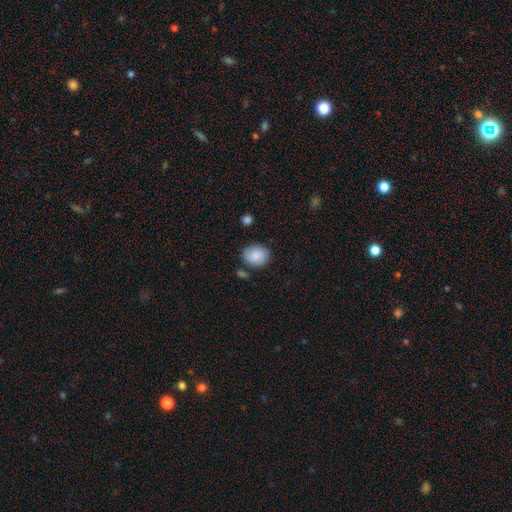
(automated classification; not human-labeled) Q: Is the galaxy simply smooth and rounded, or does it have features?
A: smooth — 86%.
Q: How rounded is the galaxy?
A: round — 59%.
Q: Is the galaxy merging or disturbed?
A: none — 76%.